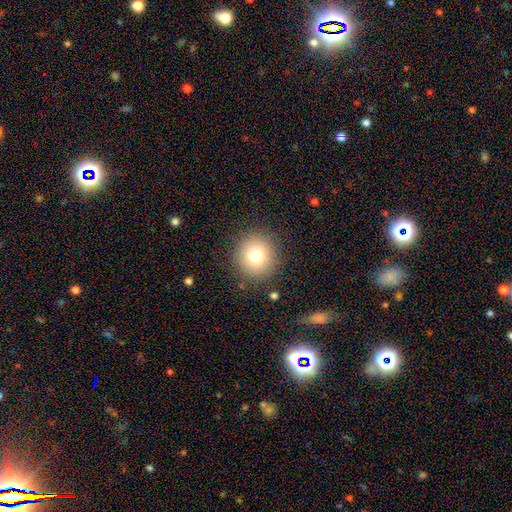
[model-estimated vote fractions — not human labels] Morphology: type=smooth (76%); roundness=round (92%); merging=none (88%).